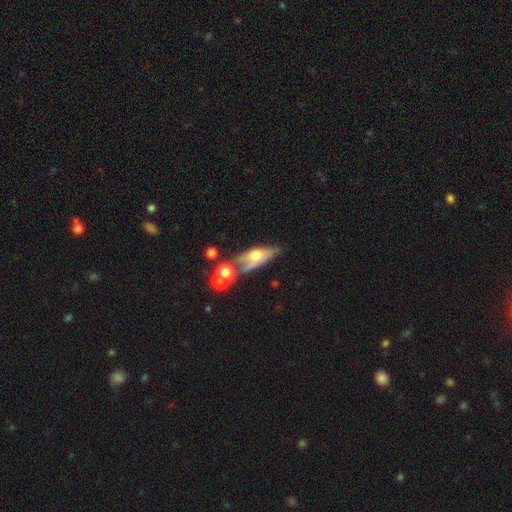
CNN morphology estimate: featured or disk 46%, smooth 44%, star or artifact 9%. Down the decision tree: merging — none (33%).